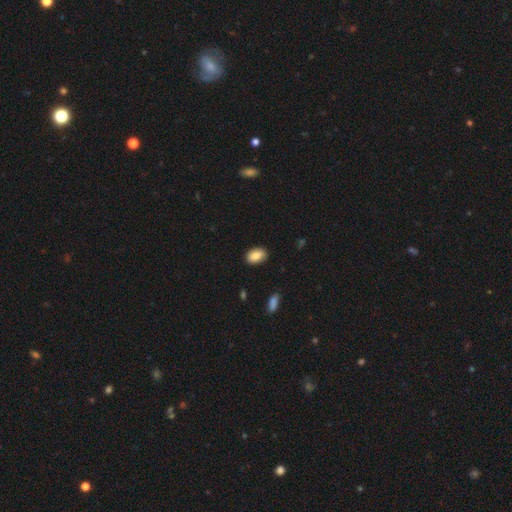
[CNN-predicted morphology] The model was most divided on "merging": none: 85%, minor disturbance: 11%, major disturbance: 2%, merger: 1%. More confident: how rounded — in between (87%); smooth or featured — smooth (86%).